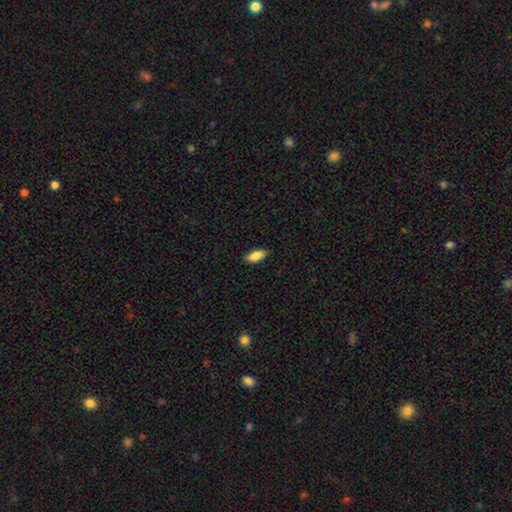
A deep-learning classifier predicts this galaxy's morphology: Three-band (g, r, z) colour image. It shows a smooth galaxy with no disk features (88%) that is in between round and cigar-shaped (83%). Merging: none (88%).